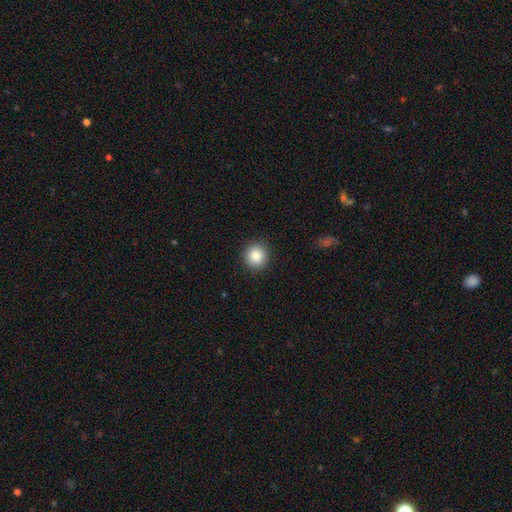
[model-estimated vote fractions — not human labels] Smooth or featured?
  - smooth: 85% *
  - star or artifact: 9%
  - featured or disk: 5%
How rounded?
  - round: 90% *
  - in between: 9%
  - cigar-shaped: 1%
Merging?
  - none: 91% *
  - minor disturbance: 6%
  - major disturbance: 2%
  - merger: 1%